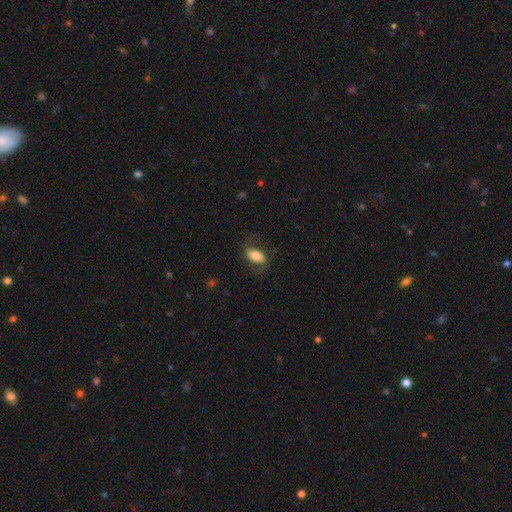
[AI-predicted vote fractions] Smooth or featured? Predicted: smooth (p=0.67). How rounded? Predicted: in between (p=0.88). Merging? Predicted: none (p=0.70).